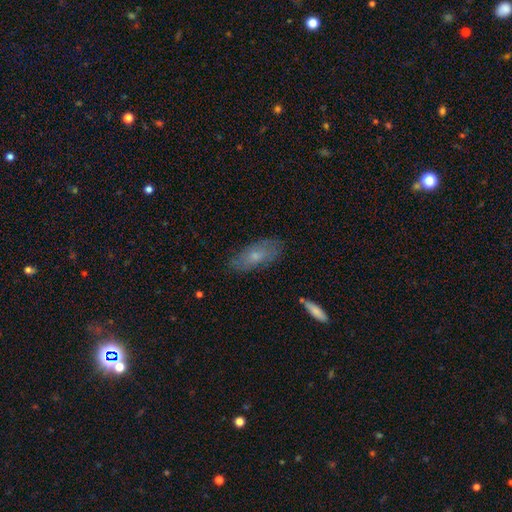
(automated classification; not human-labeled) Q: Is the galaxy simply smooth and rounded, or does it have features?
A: smooth — 57%.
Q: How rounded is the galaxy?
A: in between — 81%.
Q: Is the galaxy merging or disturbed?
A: none — 78%.